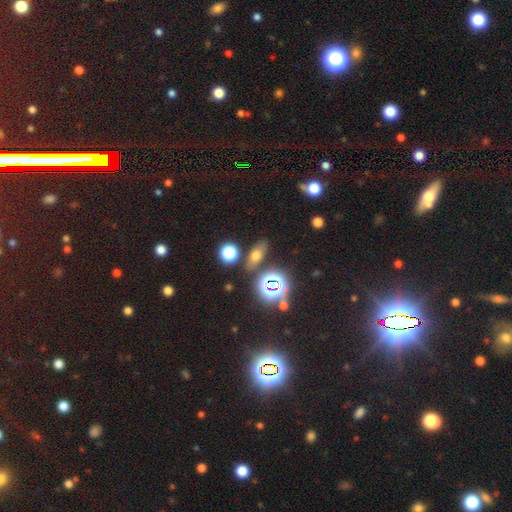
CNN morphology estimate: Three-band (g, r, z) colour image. It shows a smooth galaxy with no disk features (54%) that is in between round and cigar-shaped (66%). Merging: none (81%).